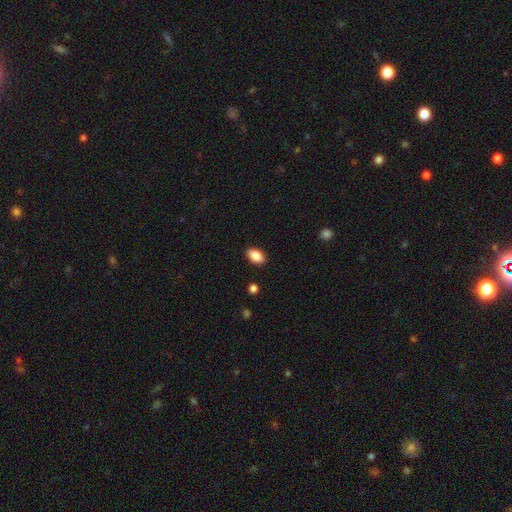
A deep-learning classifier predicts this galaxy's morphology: Smooth or featured? smooth (87%)
How rounded? in between (92%)
Merging? none (89%)